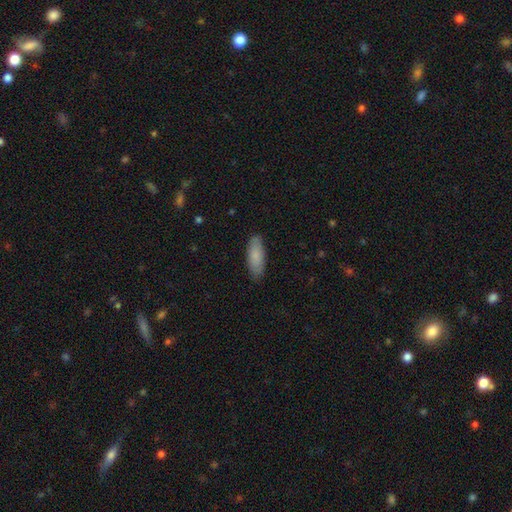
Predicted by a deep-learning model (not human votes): Smooth or featured? smooth (84%)
How rounded? in between (71%)
Merging? none (84%)